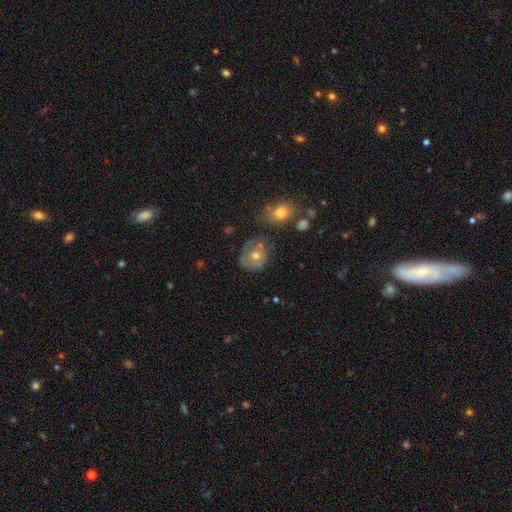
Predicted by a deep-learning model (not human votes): featured or disk 44%, smooth 43%, star or artifact 12%. Down the decision tree: merging — none (58%).